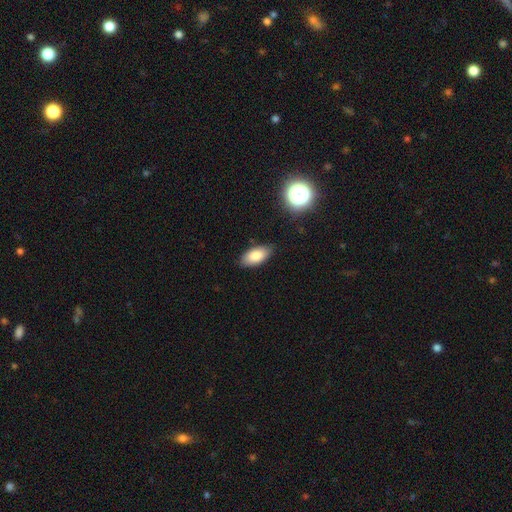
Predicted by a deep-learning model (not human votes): smooth_or_featured: smooth (p=0.83) [alt: featured or disk p=0.09]
how_rounded: in between (p=0.92) [alt: cigar-shaped p=0.05]
merging: none (p=0.84) [alt: minor disturbance p=0.12]